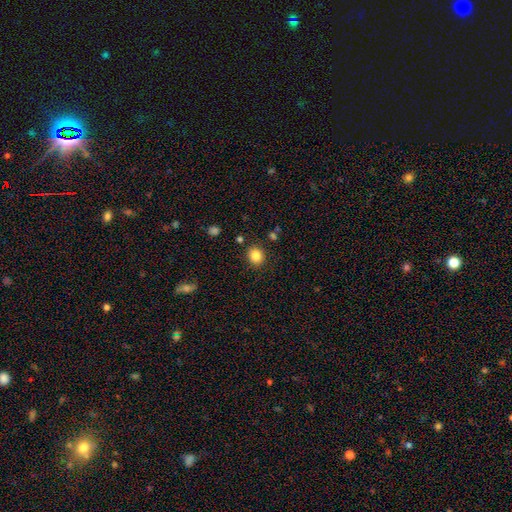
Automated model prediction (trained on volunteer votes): smooth_or_featured: smooth (p=0.84) [alt: star or artifact p=0.10]
how_rounded: round (p=0.72) [alt: in between p=0.27]
merging: none (p=0.87) [alt: minor disturbance p=0.08]